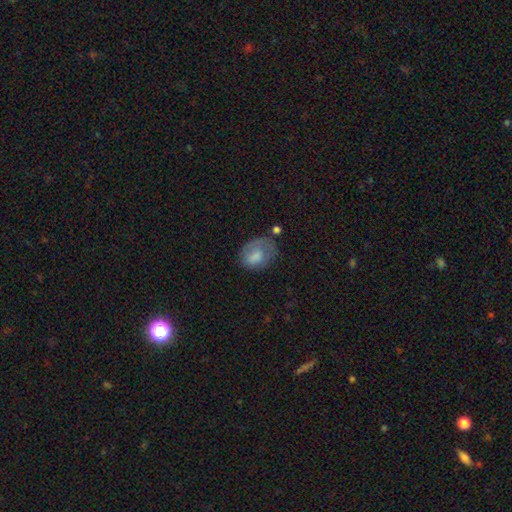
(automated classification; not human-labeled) A smooth galaxy with no disk features (67%) that is in between round and cigar-shaped (70%). Merging: none (41%).